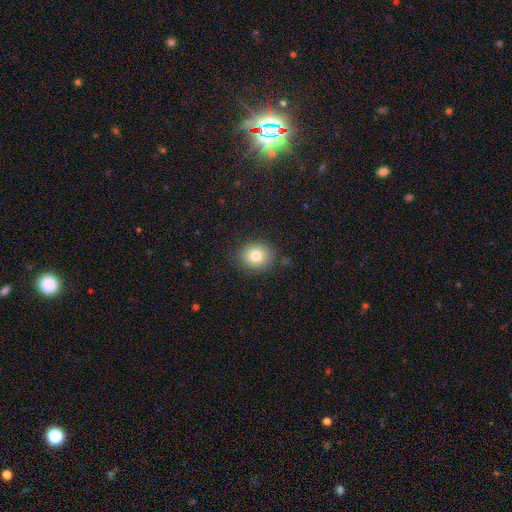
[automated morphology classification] A smooth galaxy with no disk features (79%) that is round (72%).

Vote fractions:
- Smooth or featured? smooth: 79% / star or artifact: 11% / featured or disk: 10%
- How rounded? round: 72% / in between: 27% / cigar-shaped: 1%
- Merging? none: 85% / minor disturbance: 10% / major disturbance: 3% / merger: 2%